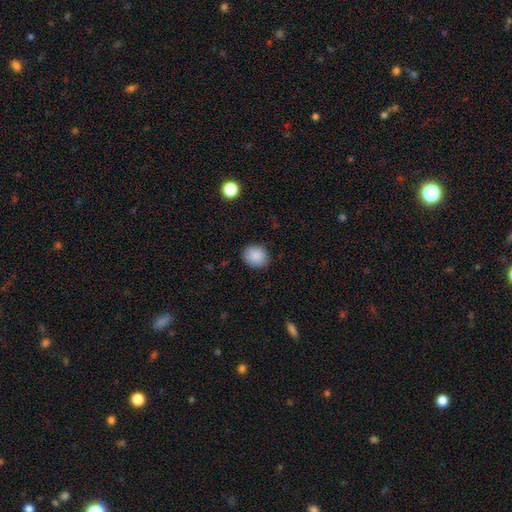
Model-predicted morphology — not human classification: This appears to be a smooth galaxy with no disk features (89%) that is round (74%). Merging: none (88%).